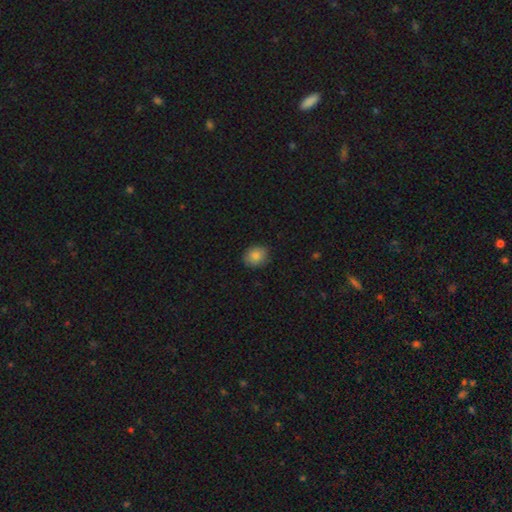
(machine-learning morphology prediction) A smooth galaxy with no disk features (84%) that is round (64%). Merging: none (86%).